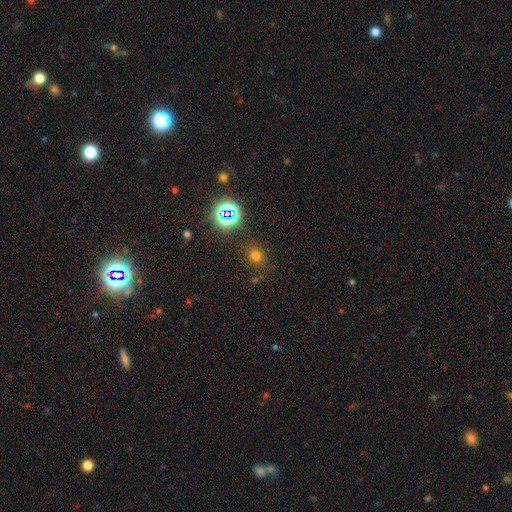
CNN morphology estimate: Smooth or featured? smooth (65%)
How rounded? round (73%)
Merging? none (81%)